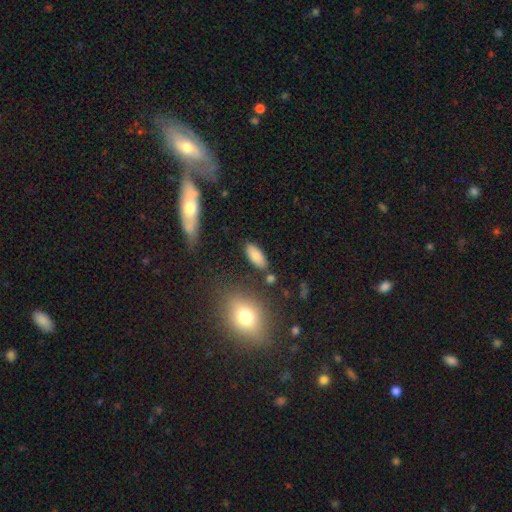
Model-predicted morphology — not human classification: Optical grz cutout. It shows a smooth galaxy with no disk features (83%) that is in between round and cigar-shaped (82%). Merging: none (81%).